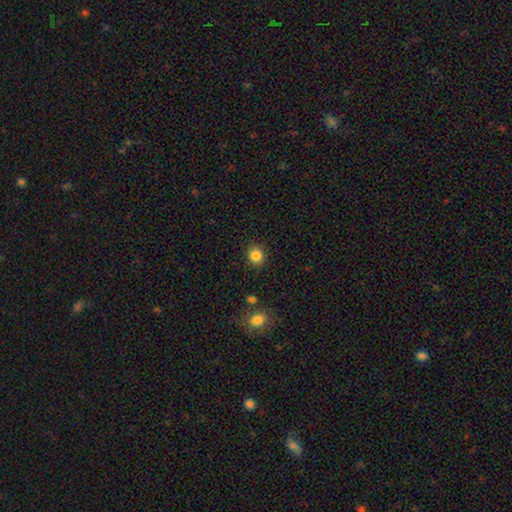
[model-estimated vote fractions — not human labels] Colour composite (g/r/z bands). It shows a smooth galaxy with no disk features (85%) that is round (87%). Merging: none (89%).